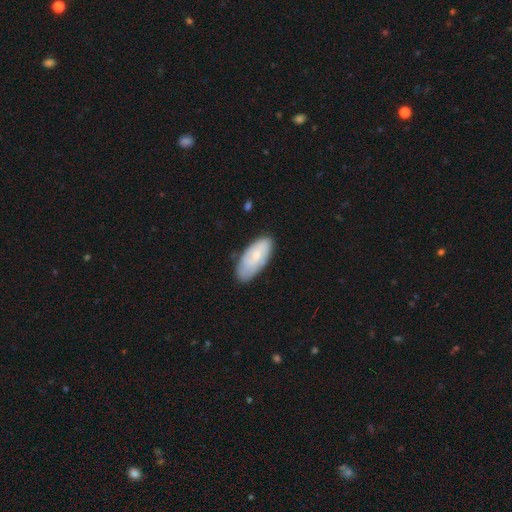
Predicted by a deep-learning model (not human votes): Morphology: type=smooth (63%); roundness=in between (88%); merging=none (74%).